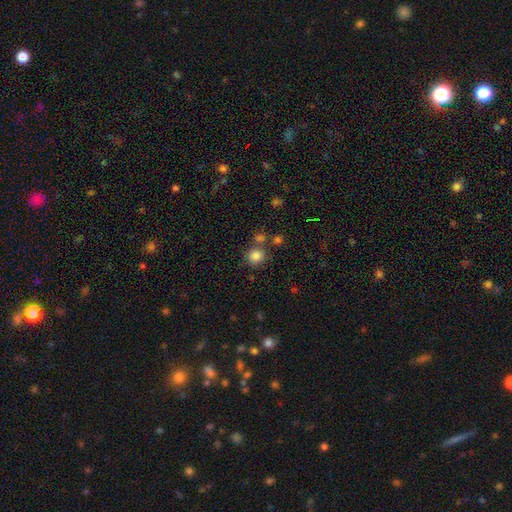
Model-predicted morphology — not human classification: type=smooth (83%); roundness=round (88%); merging=none (73%).